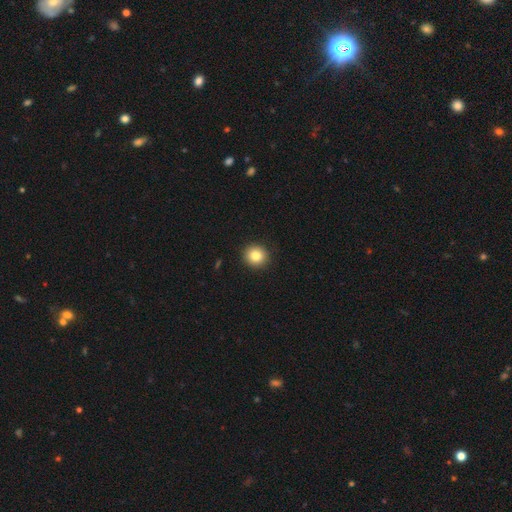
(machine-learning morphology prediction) The model was most divided on "smooth or featured": smooth: 84%, star or artifact: 10%, featured or disk: 6%. More confident: merging — none (92%); how rounded — round (92%).